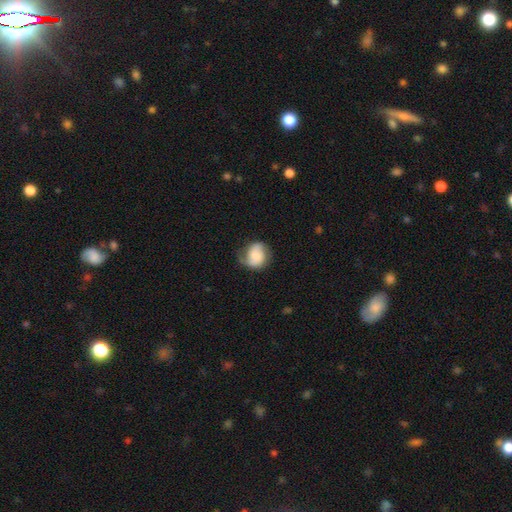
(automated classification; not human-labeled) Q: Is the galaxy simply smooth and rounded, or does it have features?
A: smooth — 49%.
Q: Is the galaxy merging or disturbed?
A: none — 54%.